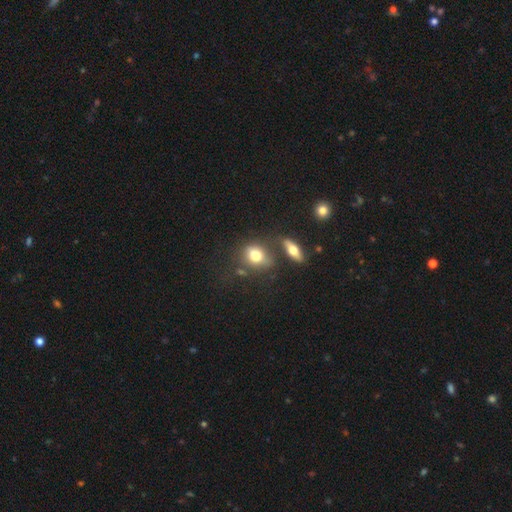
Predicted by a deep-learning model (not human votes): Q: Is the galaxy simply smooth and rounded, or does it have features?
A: smooth — 75%.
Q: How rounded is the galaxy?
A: in between — 59%.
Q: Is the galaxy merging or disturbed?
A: none — 55%.